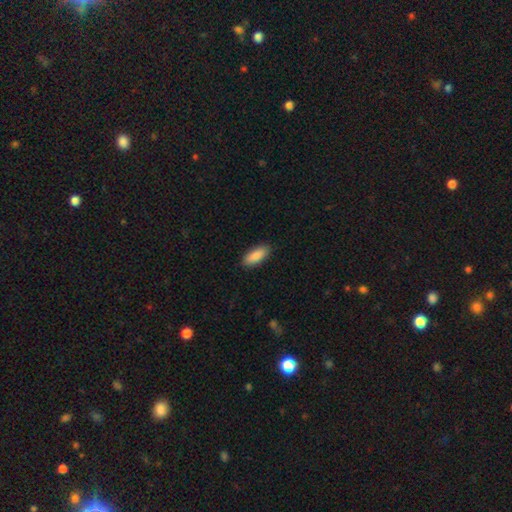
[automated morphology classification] smooth 89%, star or artifact 6%, featured or disk 5%. Down the decision tree: how rounded — in between (81%); merging — none (89%).